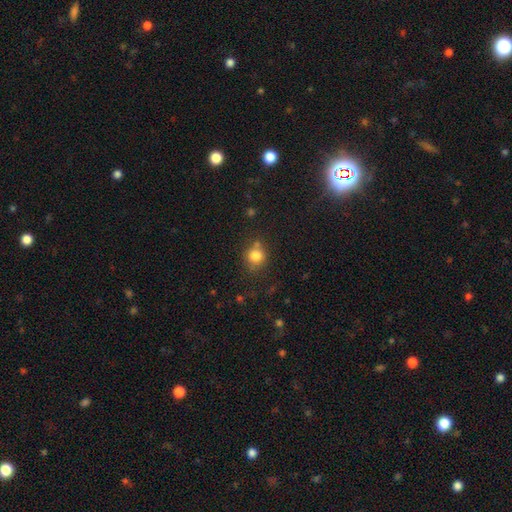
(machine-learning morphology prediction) smooth 81%, star or artifact 12%, featured or disk 7%. Down the decision tree: how rounded — round (85%); merging — none (68%).